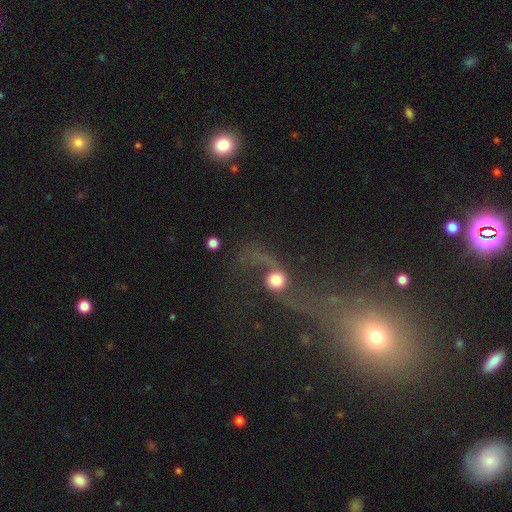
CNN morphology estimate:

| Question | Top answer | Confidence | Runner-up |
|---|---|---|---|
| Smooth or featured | featured or disk | 63% | smooth (20%) |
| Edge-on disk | no | 93% | yes (7%) |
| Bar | no | 63% | weak (28%) |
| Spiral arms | yes | 82% | no (18%) |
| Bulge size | moderate | 51% | small (20%) |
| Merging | none | 31% | tied: merger (31%) |